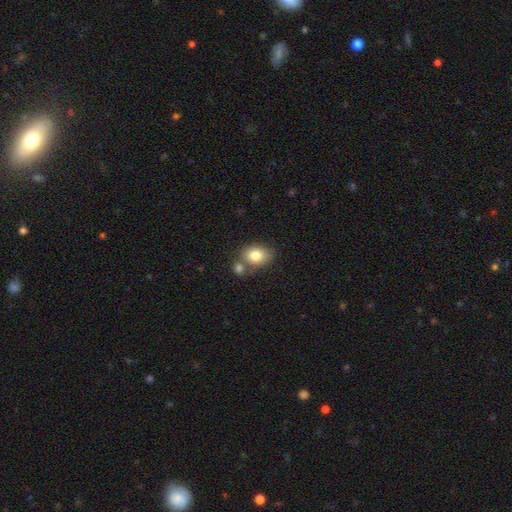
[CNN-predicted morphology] smooth-or-featured: smooth: 81% | featured or disk: 11% | star or artifact: 8%
  how-rounded: in between: 67% | round: 32% | cigar-shaped: 1%
  merging: none: 55% | merger: 27% | minor disturbance: 14% | major disturbance: 4%